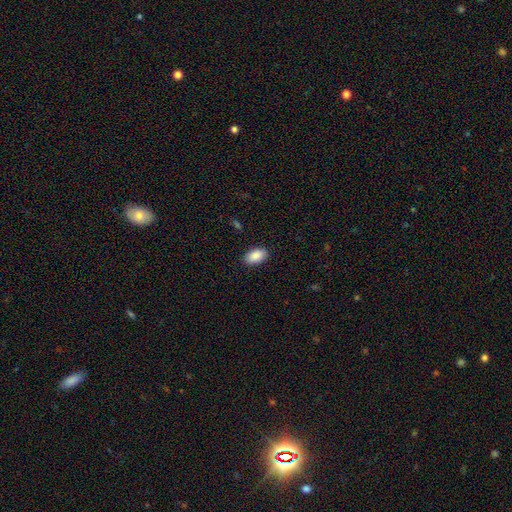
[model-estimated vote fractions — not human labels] Smooth or featured: smooth — 89% (star or artifact — 7%)
How rounded: in between — 94% (round — 5%)
Merging: none — 89% (minor disturbance — 8%)